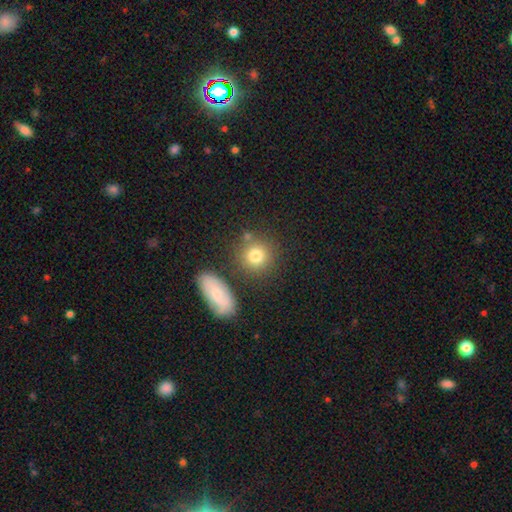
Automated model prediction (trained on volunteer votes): smooth_or_featured: smooth (p=0.79) [alt: star or artifact p=0.11]
how_rounded: round (p=0.86) [alt: in between p=0.12]
merging: none (p=0.76) [alt: merger p=0.11]